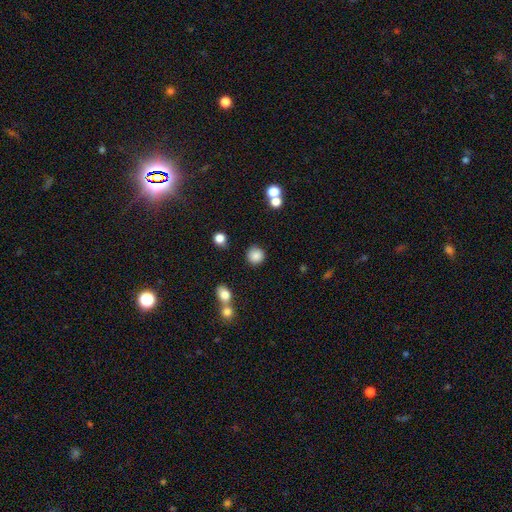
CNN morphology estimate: smooth-or-featured: smooth: 85% | star or artifact: 11% | featured or disk: 4%
  how-rounded: round: 92% | in between: 7% | cigar-shaped: 1%
  merging: none: 82% | minor disturbance: 10% | merger: 4% | major disturbance: 3%